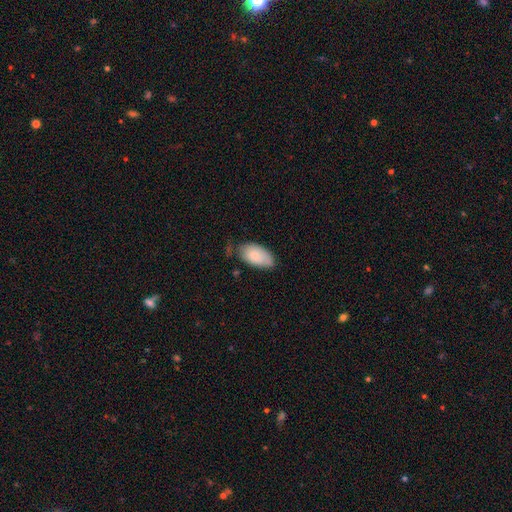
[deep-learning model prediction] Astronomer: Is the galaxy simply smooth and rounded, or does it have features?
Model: smooth — 80%.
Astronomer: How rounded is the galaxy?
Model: in between — 94%.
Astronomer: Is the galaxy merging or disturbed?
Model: none — 58%.